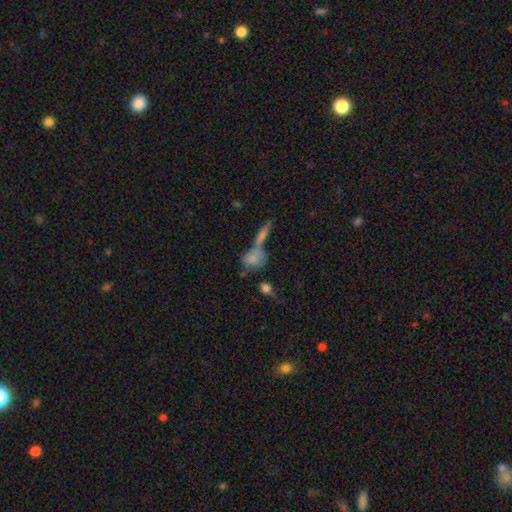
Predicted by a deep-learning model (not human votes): The model was most divided on "merging": merger: 43%, none: 39%, minor disturbance: 12%, major disturbance: 7%. Remaining: smooth or featured — smooth (71%); how rounded — in between (45%).